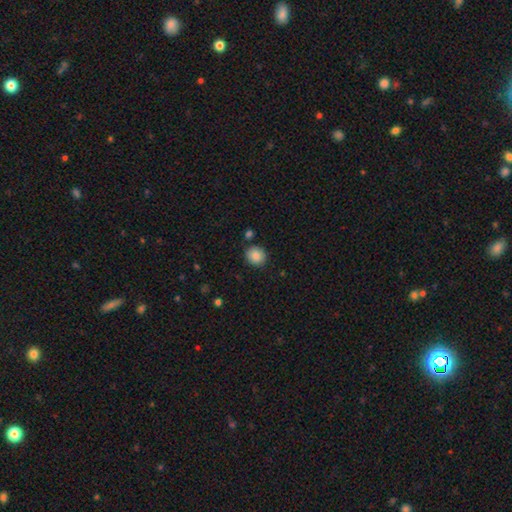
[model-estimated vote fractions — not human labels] Smooth or featured?
  - smooth: 85% *
  - star or artifact: 9%
  - featured or disk: 6%
How rounded?
  - round: 84% *
  - in between: 15%
  - cigar-shaped: 1%
Merging?
  - none: 85% *
  - minor disturbance: 9%
  - merger: 4%
  - major disturbance: 2%